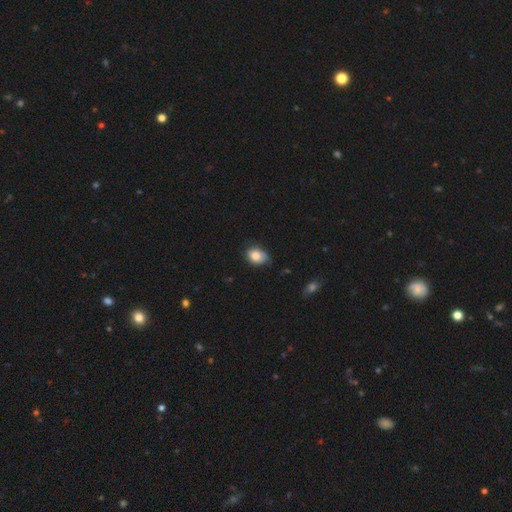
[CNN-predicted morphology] A smooth galaxy with no disk features (78%) that is in between round and cigar-shaped (68%). Merging: none (58%).